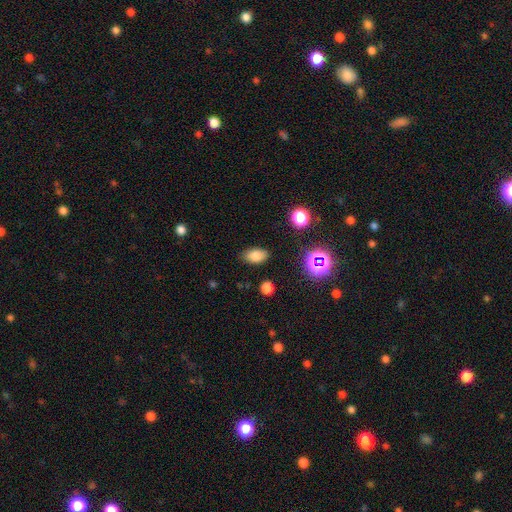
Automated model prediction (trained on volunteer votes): The model was most divided on "smooth or featured": smooth: 80%, star or artifact: 14%, featured or disk: 7%. More confident: how rounded — in between (89%); merging — none (84%).